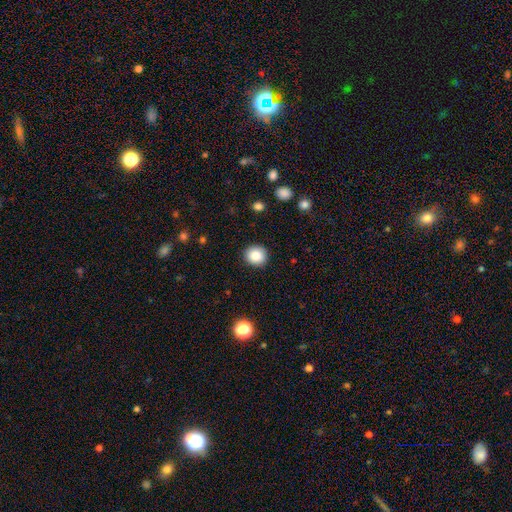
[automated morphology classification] A smooth galaxy with no disk features (86%) that is round (86%).

Vote fractions:
- Smooth or featured? smooth: 86% / star or artifact: 9% / featured or disk: 5%
- How rounded? round: 86% / in between: 13% / cigar-shaped: 1%
- Merging? none: 91% / minor disturbance: 6% / major disturbance: 2% / merger: 1%